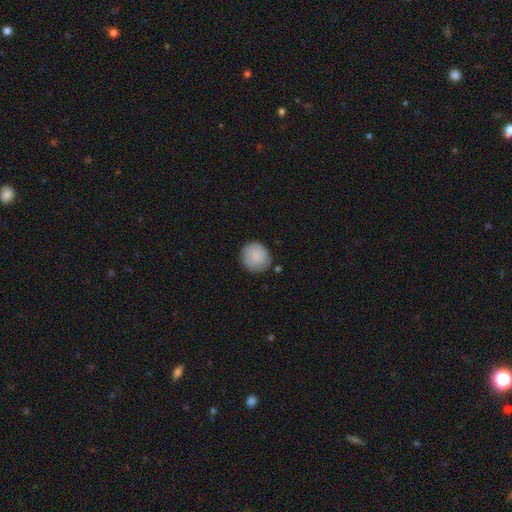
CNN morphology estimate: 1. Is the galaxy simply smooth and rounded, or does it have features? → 86% smooth, 8% featured or disk, 6% star or artifact.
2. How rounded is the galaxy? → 91% round, 8% in between, 1% cigar-shaped.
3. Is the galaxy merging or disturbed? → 79% none, 15% minor disturbance, 3% major disturbance, 3% merger.